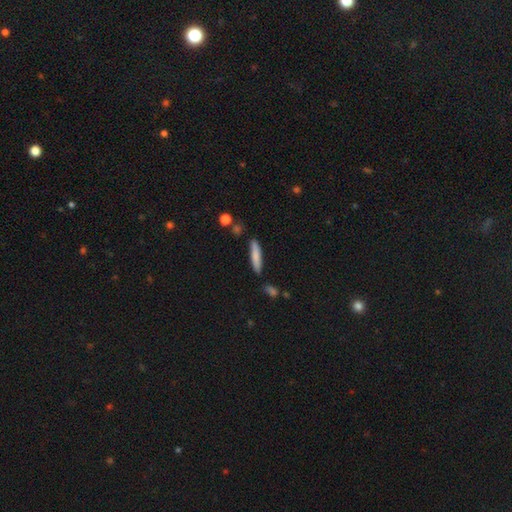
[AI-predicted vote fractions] Overall: smooth (80%). How rounded: cigar-shaped (85%). Merging: none (82%).